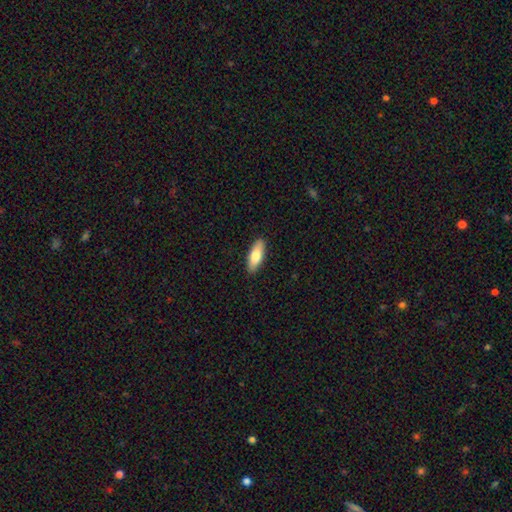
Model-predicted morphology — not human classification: This is likely a smooth galaxy (78%). How rounded: likely in between (67%). Merging: clearly none (90%).